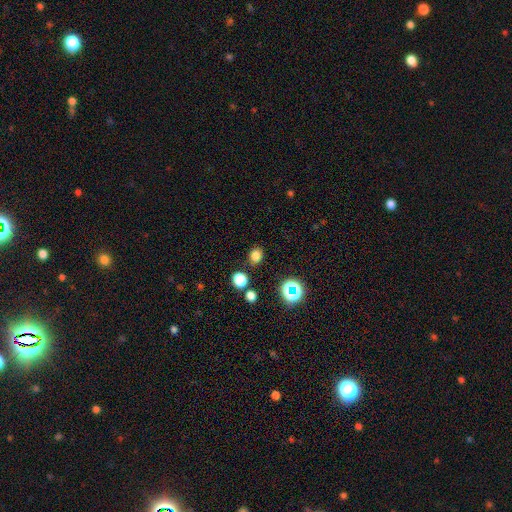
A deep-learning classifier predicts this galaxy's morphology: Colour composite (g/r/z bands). It shows a smooth galaxy with no disk features (77%) that is round (58%). Merging: none (83%).